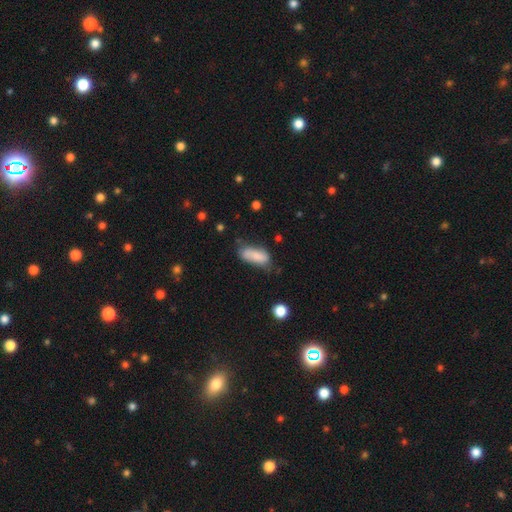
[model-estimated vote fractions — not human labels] Smooth or featured?
  - smooth: 77% *
  - featured or disk: 15%
  - star or artifact: 8%
How rounded?
  - in between: 79% *
  - cigar-shaped: 19%
  - round: 2%
Merging?
  - none: 48% *
  - minor disturbance: 33%
  - major disturbance: 11%
  - merger: 8%